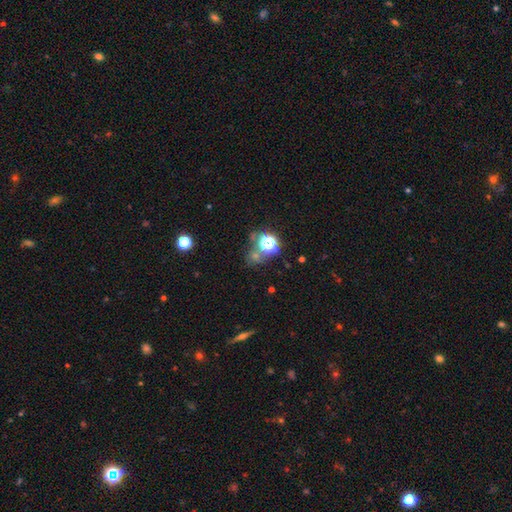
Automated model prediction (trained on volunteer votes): Q: Smooth or featured?
A: star or artifact (47%); runner-up: smooth (42%)